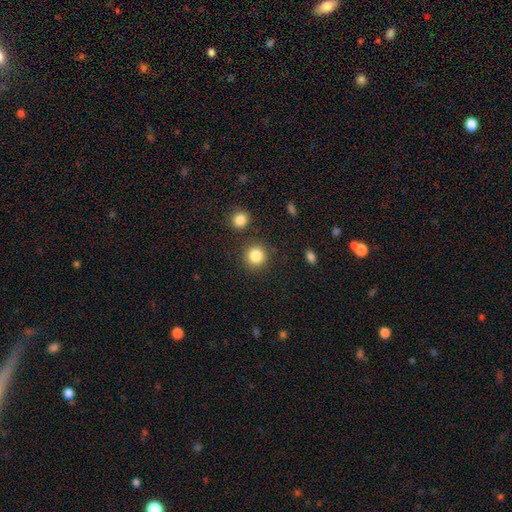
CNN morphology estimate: The model was most divided on "smooth or featured": smooth: 85%, star or artifact: 10%, featured or disk: 5%. More confident: how rounded — round (92%); merging — none (86%).